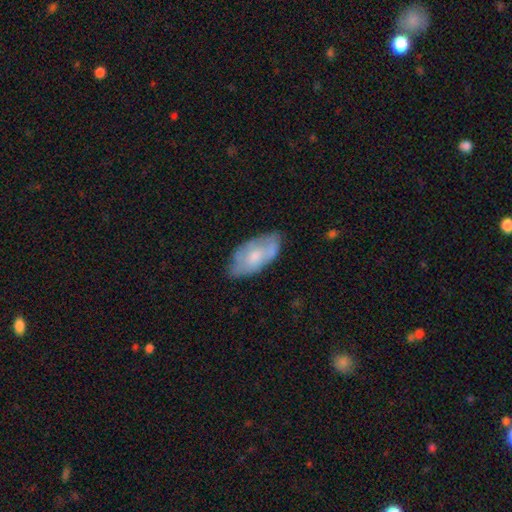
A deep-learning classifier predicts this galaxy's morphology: smooth-or-featured: smooth: 54% | featured or disk: 40% | star or artifact: 6%
  how-rounded: in between: 93% | cigar-shaped: 4% | round: 3%
  merging: none: 64% | minor disturbance: 27% | major disturbance: 7% | merger: 2%